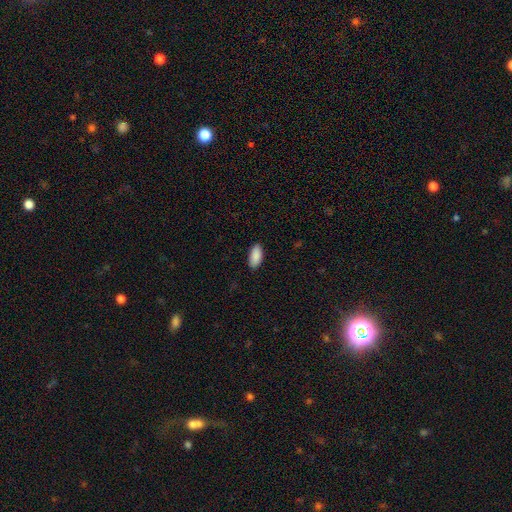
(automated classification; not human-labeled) Smooth or featured: smooth — 91% (star or artifact — 6%)
How rounded: in between — 92% (cigar-shaped — 7%)
Merging: none — 89% (minor disturbance — 8%)